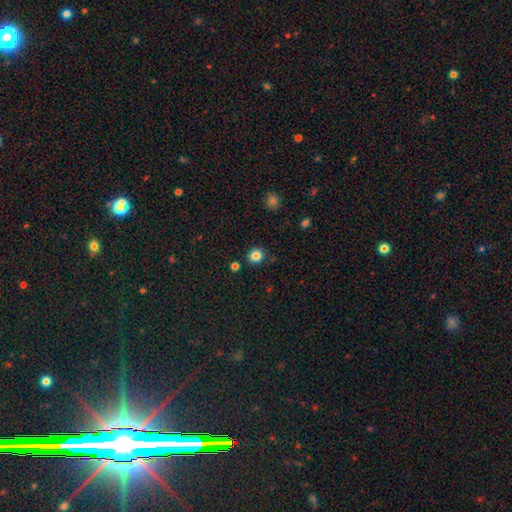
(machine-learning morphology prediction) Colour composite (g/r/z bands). It shows a smooth galaxy with no disk features (83%) that is round (78%). Merging: none (84%).